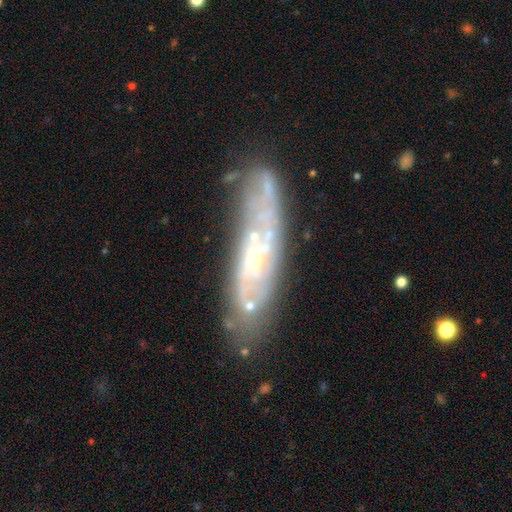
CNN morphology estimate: Smooth or featured? featured or disk (72%)
Edge-on disk? no (71%)
Bar? no (69%)
Spiral arms? yes (67%)
Bulge size? small (66%)
Merging? none (67%)